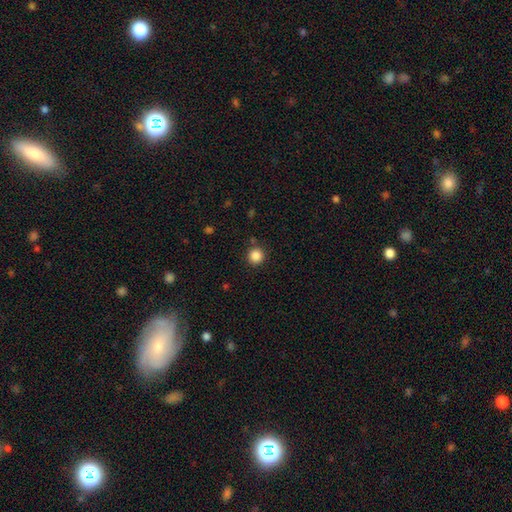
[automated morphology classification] smooth_or_featured: smooth (p=0.85) [alt: star or artifact p=0.11]
how_rounded: round (p=0.94) [alt: in between p=0.05]
merging: none (p=0.88) [alt: minor disturbance p=0.07]